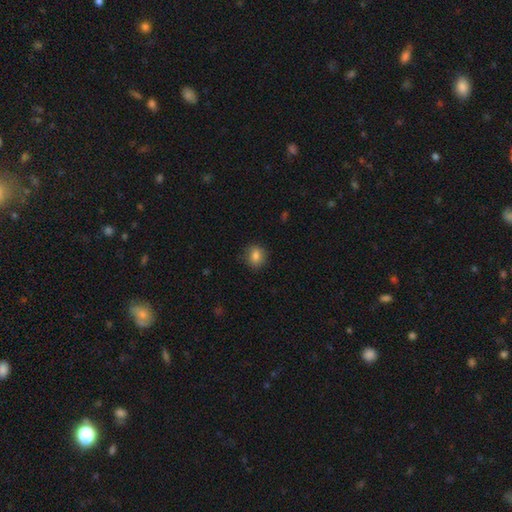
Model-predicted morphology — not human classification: This appears to be a smooth galaxy with no disk features (84%) that is round (72%). Merging: none (86%).